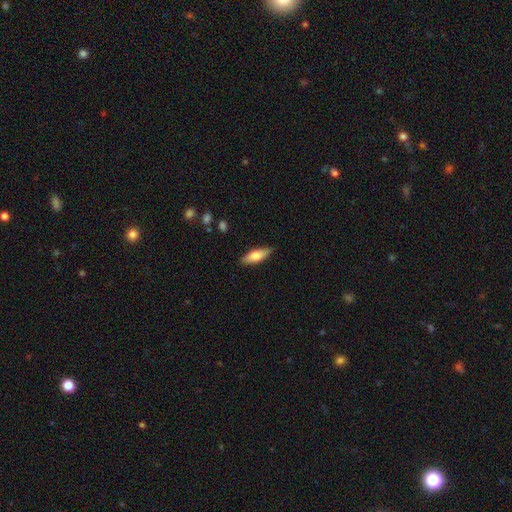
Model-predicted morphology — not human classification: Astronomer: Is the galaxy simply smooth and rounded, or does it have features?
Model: smooth — 71%.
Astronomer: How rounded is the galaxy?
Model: in between — 58% (runner-up: cigar-shaped, 40%).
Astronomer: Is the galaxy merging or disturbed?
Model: none — 86%.